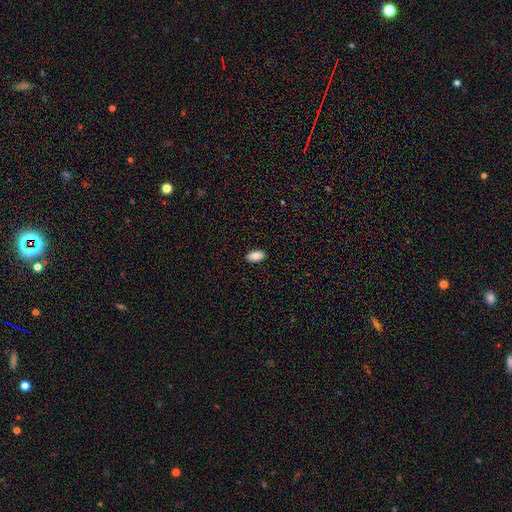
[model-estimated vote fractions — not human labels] smooth 89%, star or artifact 8%, featured or disk 4%. Down the decision tree: how rounded — in between (94%); merging — none (88%).